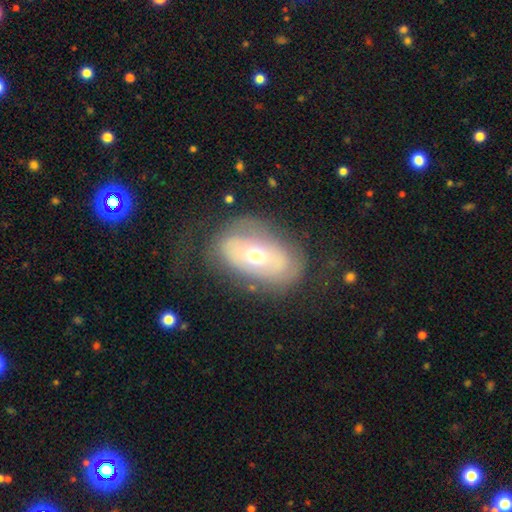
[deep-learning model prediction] The model was most divided on "spiral arms": yes: 52%, no: 48%. More confident: edge-on disk — no (92%); smooth or featured — featured or disk (62%); merging — none (61%); bar — no (61%); bulge size — moderate (55%).